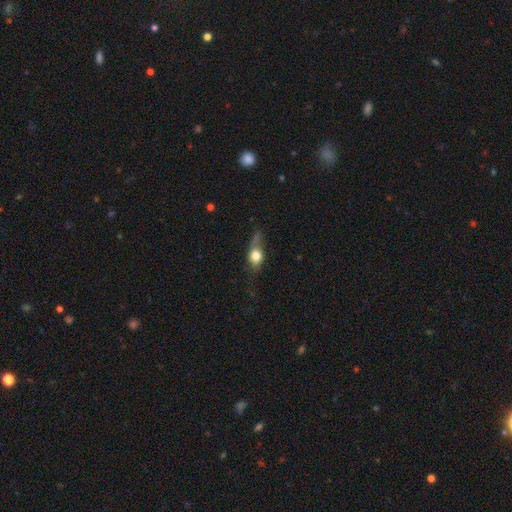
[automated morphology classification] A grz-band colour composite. It shows a smooth galaxy with no disk features (64%) that is in between round and cigar-shaped (55%). Merging: none (44%).